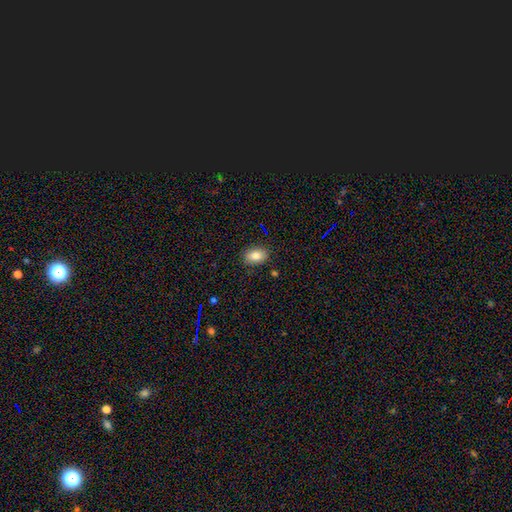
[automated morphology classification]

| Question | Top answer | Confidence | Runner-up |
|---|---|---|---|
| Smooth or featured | smooth | 84% | star or artifact (9%) |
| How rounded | in between | 84% | round (15%) |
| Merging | none | 86% | minor disturbance (10%) |